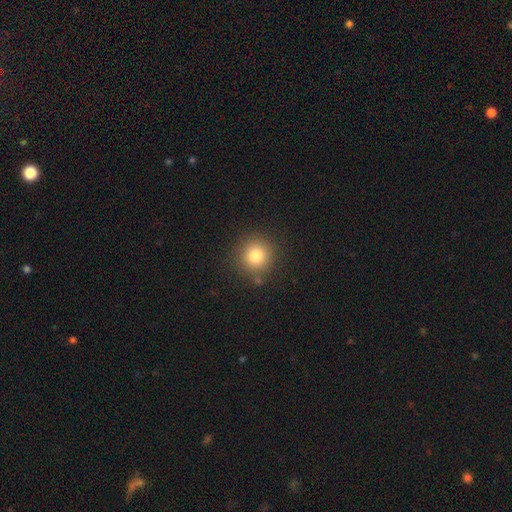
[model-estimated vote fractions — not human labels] The model was most divided on "smooth or featured": smooth: 81%, star or artifact: 12%, featured or disk: 7%. More confident: how rounded — round (93%); merging — none (86%).